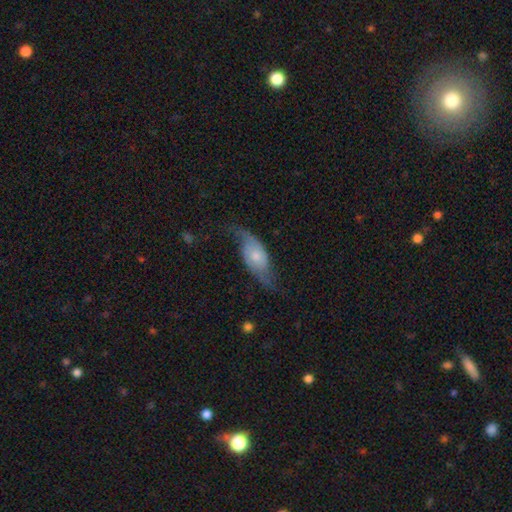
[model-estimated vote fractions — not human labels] The model was most divided on "bulge size": small: 51%, moderate: 37%, large: 5%, none: 5%, dominant: 2%. More confident: spiral arms — yes (89%); edge-on disk — no (89%); spiral arm count — 2 (88%); spiral winding — loose (71%); bar — no (70%); smooth or featured — featured or disk (67%); merging — none (59%).